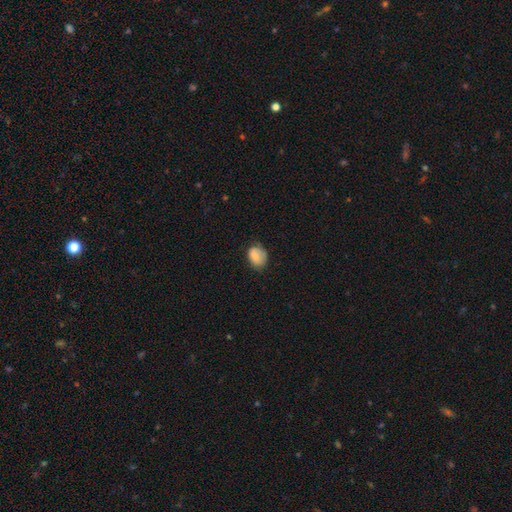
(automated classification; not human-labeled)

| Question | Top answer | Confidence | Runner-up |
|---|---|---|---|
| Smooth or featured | smooth | 80% | featured or disk (12%) |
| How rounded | in between | 58% | round (41%) |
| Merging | none | 61% | minor disturbance (29%) |